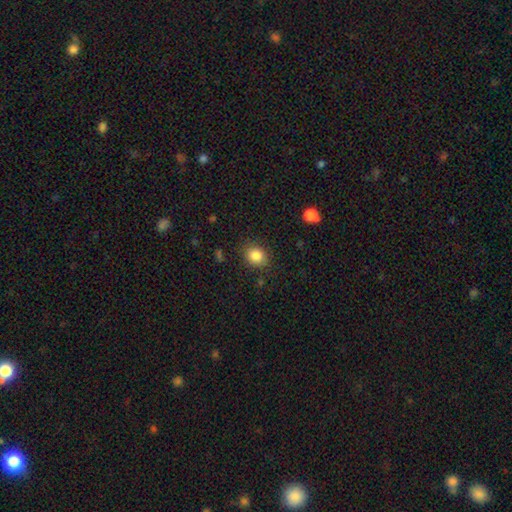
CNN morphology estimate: A smooth galaxy with no disk features (85%) that is round (62%).

Vote fractions:
- Smooth or featured? smooth: 85% / star or artifact: 10% / featured or disk: 5%
- How rounded? round: 62% / in between: 37% / cigar-shaped: 1%
- Merging? none: 85% / minor disturbance: 11% / major disturbance: 3% / merger: 2%